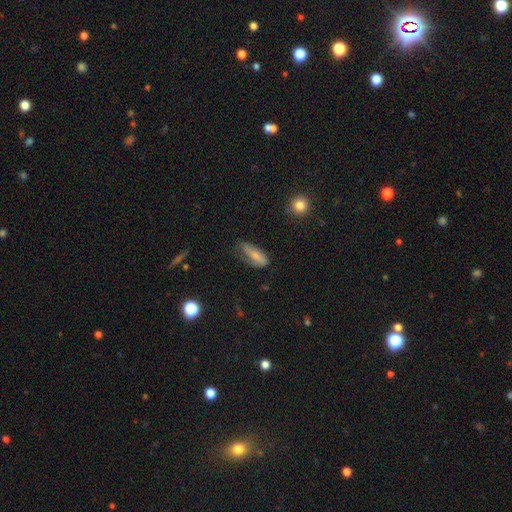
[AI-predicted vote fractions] This is likely a smooth galaxy (67%). How rounded: likely in between (75%). Merging: possibly none (46%).